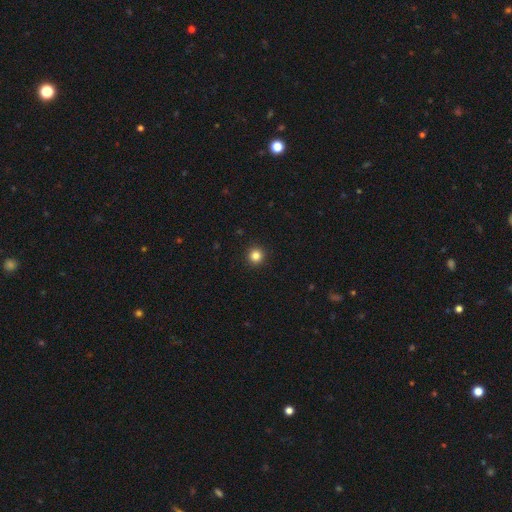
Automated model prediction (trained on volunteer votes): Smooth or featured?
  - smooth: 84% *
  - star or artifact: 12%
  - featured or disk: 4%
How rounded?
  - round: 95% *
  - in between: 4%
  - cigar-shaped: 1%
Merging?
  - none: 93% *
  - minor disturbance: 4%
  - major disturbance: 2%
  - merger: 1%